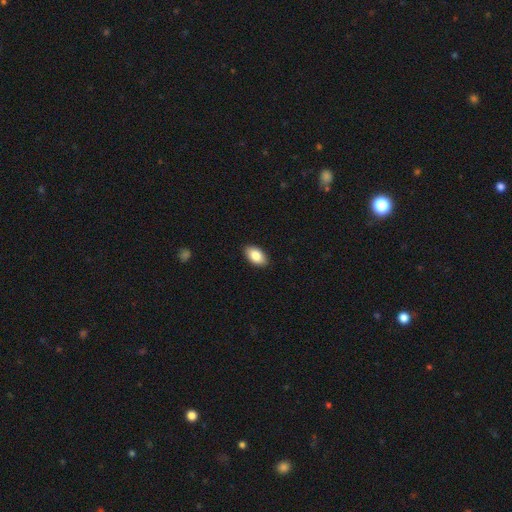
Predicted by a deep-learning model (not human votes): Smooth or featured? smooth (87%)
How rounded? in between (94%)
Merging? none (89%)